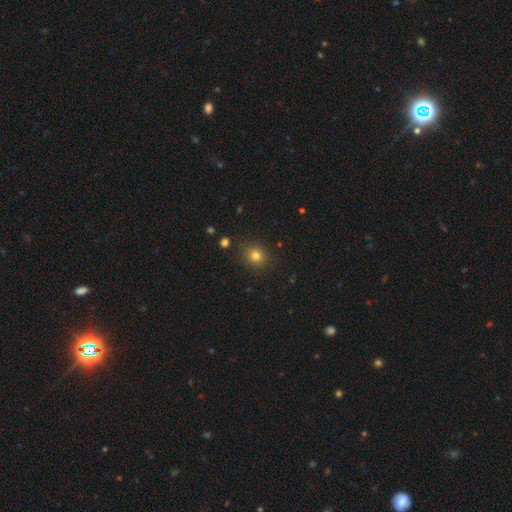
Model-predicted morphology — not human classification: smooth-or-featured: smooth: 79% | star or artifact: 14% | featured or disk: 7%
  how-rounded: round: 74% | in between: 25% | cigar-shaped: 1%
  merging: none: 87% | minor disturbance: 9% | major disturbance: 3% | merger: 2%